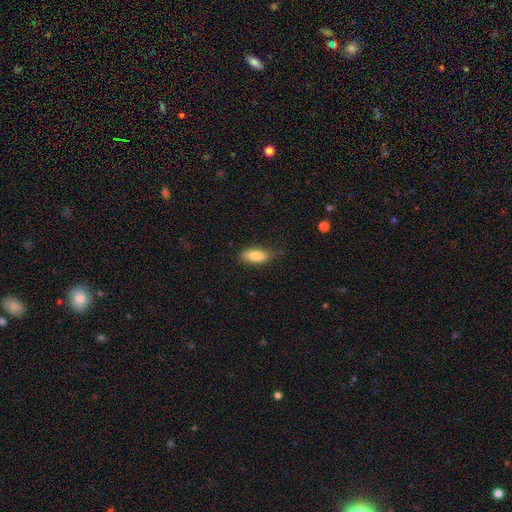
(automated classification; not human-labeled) smooth 80%, featured or disk 13%, star or artifact 7%. Down the decision tree: how rounded — in between (79%); merging — none (73%).